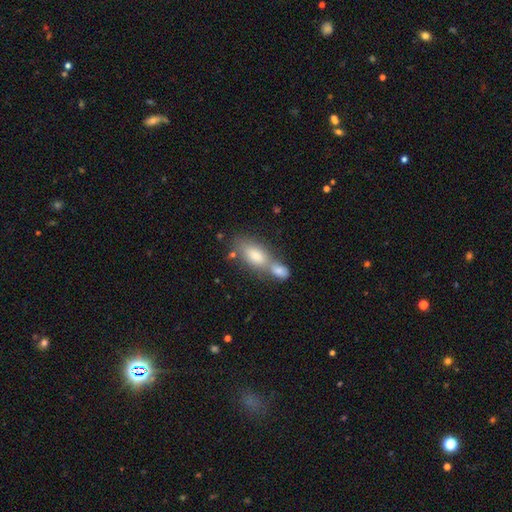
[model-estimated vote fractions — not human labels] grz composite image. It shows a smooth galaxy with no disk features (75%) that is in between round and cigar-shaped (82%). Merging: merger (58%).